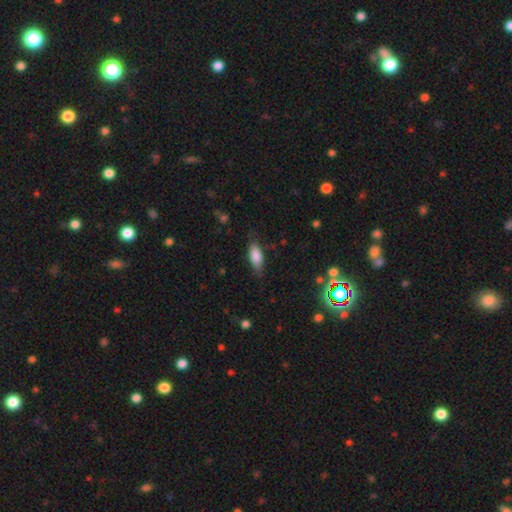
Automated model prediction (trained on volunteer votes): Smooth or featured? smooth (80%)
How rounded? in between (78%)
Merging? none (74%)